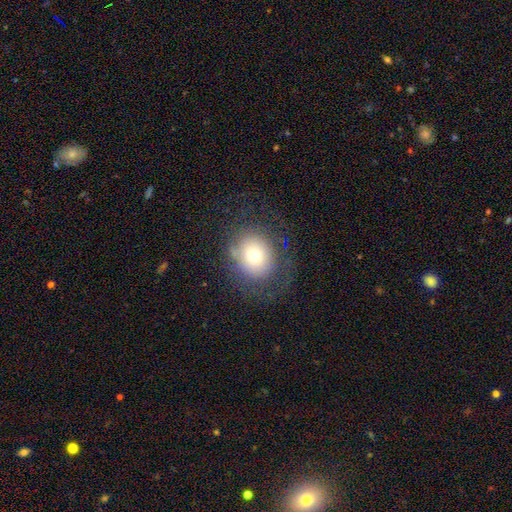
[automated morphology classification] Smooth or featured? Predicted: smooth (p=0.67). How rounded? Predicted: round (p=0.68). Merging? Predicted: none (p=0.68).